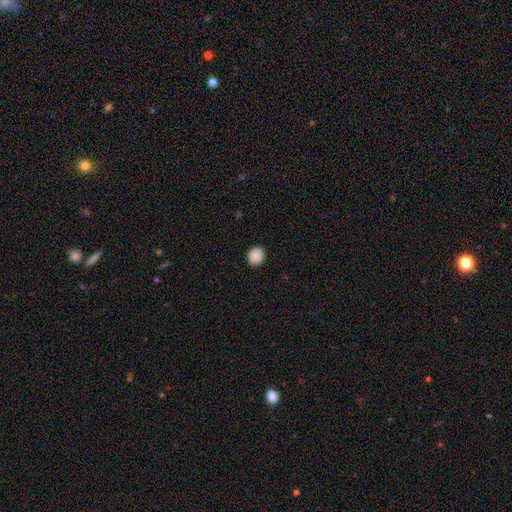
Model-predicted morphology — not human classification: smooth_or_featured: smooth (p=0.89) [alt: star or artifact p=0.08]
how_rounded: round (p=0.79) [alt: in between p=0.20]
merging: none (p=0.90) [alt: minor disturbance p=0.07]